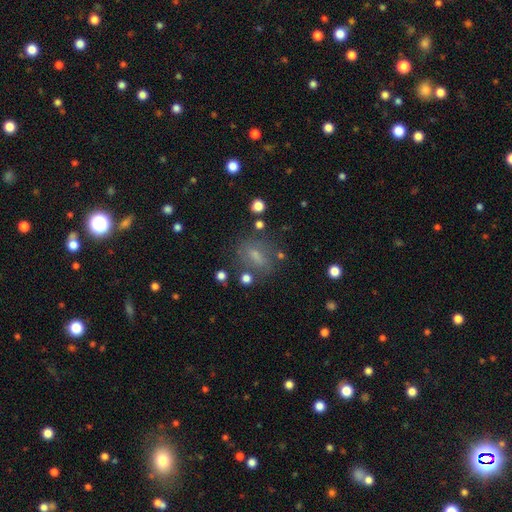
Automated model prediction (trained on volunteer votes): Smooth or featured: smooth — 59% (featured or disk — 25%)
How rounded: in between — 63% (round — 28%)
Merging: none — 70% (minor disturbance — 16%)